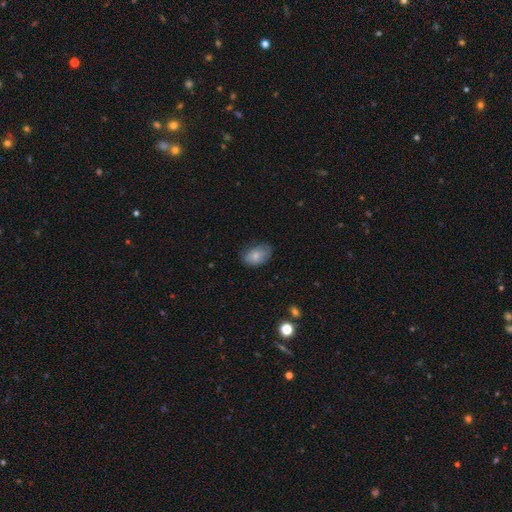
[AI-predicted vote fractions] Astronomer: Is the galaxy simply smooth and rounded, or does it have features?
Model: smooth — 80%.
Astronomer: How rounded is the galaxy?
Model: in between — 88%.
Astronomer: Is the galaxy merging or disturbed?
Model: none — 69%.